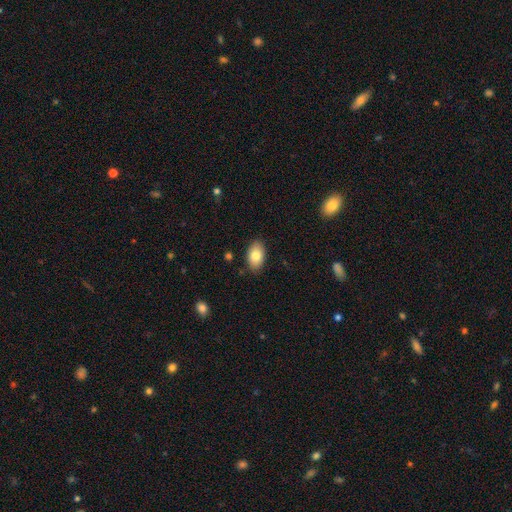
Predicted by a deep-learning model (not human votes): Smooth or featured?
  - smooth: 82% *
  - featured or disk: 11%
  - star or artifact: 7%
How rounded?
  - in between: 92% *
  - round: 7%
  - cigar-shaped: 1%
Merging?
  - none: 86% *
  - minor disturbance: 11%
  - major disturbance: 2%
  - merger: 1%